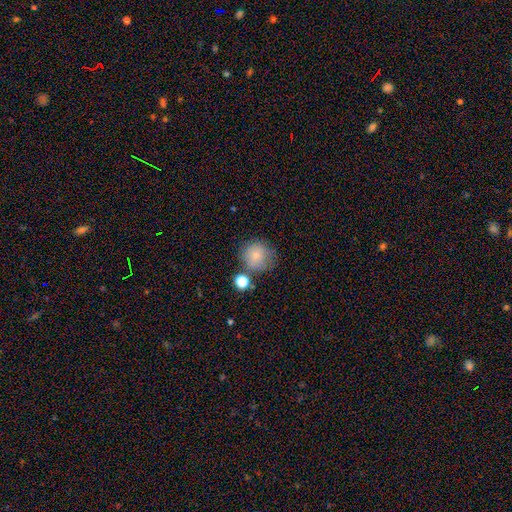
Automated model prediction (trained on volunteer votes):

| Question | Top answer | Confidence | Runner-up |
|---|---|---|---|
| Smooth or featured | smooth | 78% | featured or disk (12%) |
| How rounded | round | 91% | in between (9%) |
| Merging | none | 63% | minor disturbance (19%) |